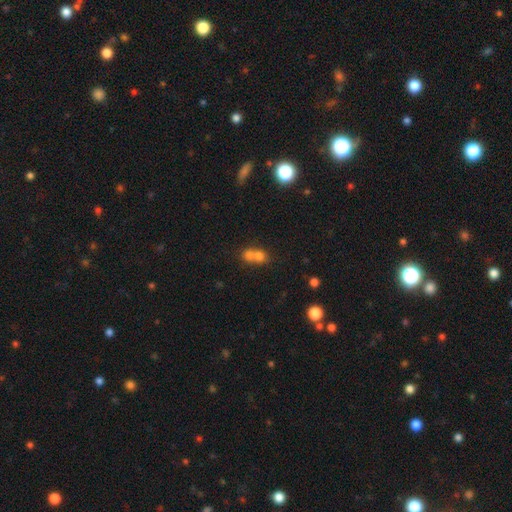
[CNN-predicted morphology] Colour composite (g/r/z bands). It shows a smooth galaxy with no disk features (70%) that is round (66%). Merging: merger (69%).